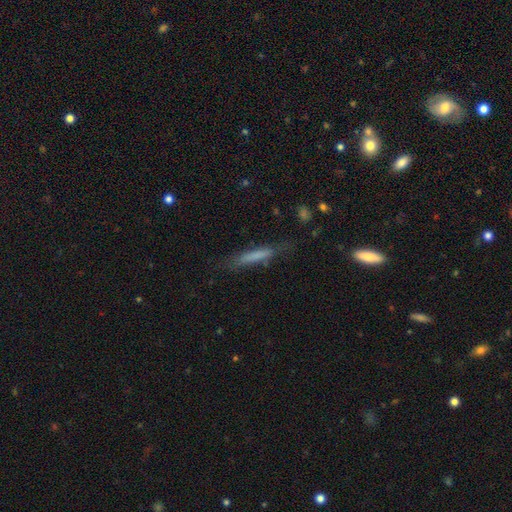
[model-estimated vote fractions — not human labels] Smooth or featured? Predicted: smooth (p=0.66). How rounded? Predicted: cigar-shaped (p=0.92). Merging? Predicted: none (p=0.73).